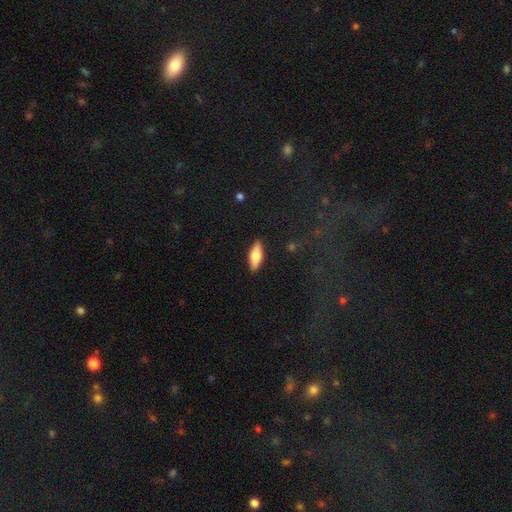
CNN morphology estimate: smooth_or_featured: smooth (p=0.65) [alt: featured or disk p=0.30]
how_rounded: in between (p=0.60) [alt: cigar-shaped p=0.38]
merging: none (p=0.89) [alt: minor disturbance p=0.08]